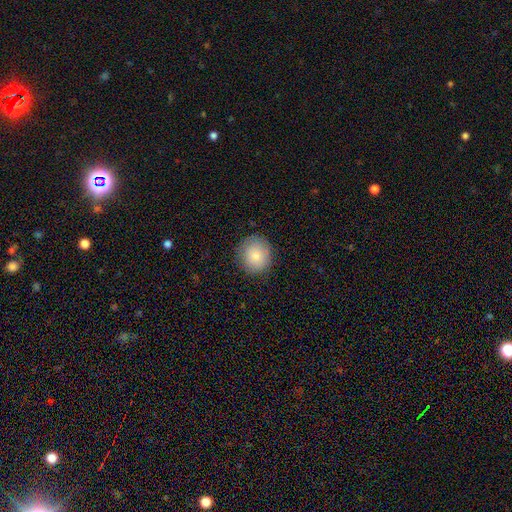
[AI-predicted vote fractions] smooth 81%, featured or disk 10%, star or artifact 8%. Down the decision tree: how rounded — round (87%); merging — none (85%).